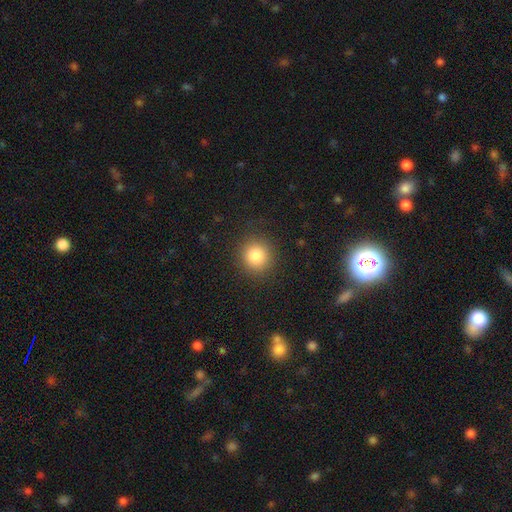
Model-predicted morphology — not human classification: Smooth or featured? smooth (84%)
How rounded? round (90%)
Merging? none (89%)